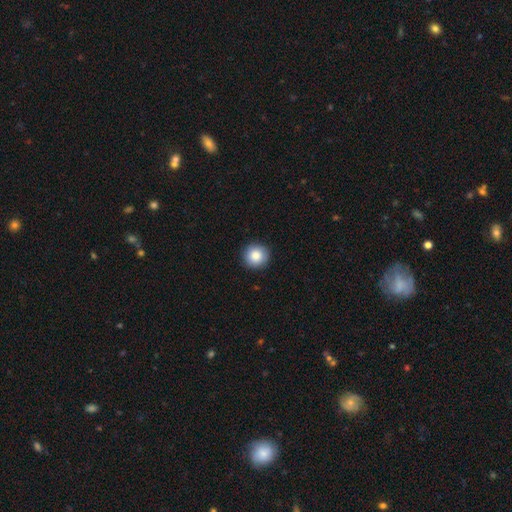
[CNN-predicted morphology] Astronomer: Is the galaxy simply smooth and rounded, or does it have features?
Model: smooth — 86%.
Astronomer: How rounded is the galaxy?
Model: round — 93%.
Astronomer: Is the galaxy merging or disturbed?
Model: none — 92%.